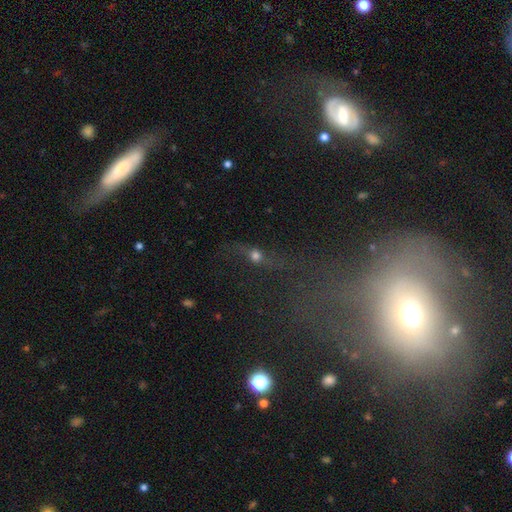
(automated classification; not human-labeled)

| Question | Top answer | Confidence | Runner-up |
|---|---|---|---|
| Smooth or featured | smooth | 43% | featured or disk (31%) |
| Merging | none | 49% | major disturbance (21%) |